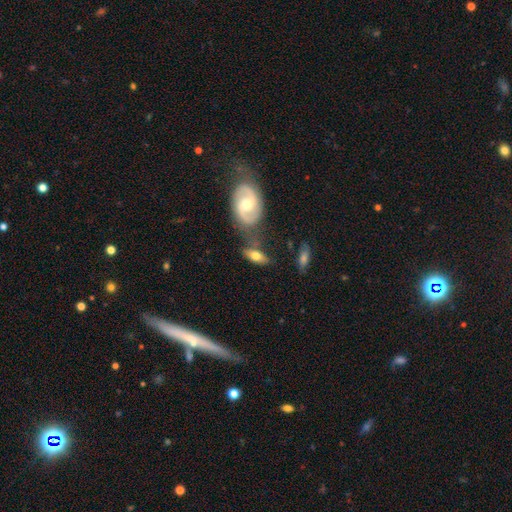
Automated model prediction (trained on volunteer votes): A smooth galaxy with no disk features (60%) that is in between round and cigar-shaped (83%).

Vote fractions:
- Smooth or featured? smooth: 60% / featured or disk: 32% / star or artifact: 8%
- How rounded? in between: 83% / cigar-shaped: 10% / round: 7%
- Merging? none: 56% / merger: 20% / minor disturbance: 18% / major disturbance: 6%